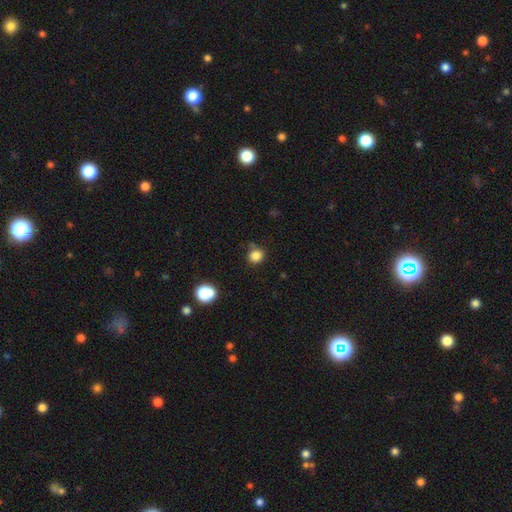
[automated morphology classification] Overall: smooth (84%). How rounded: round (89%). Merging: none (78%).